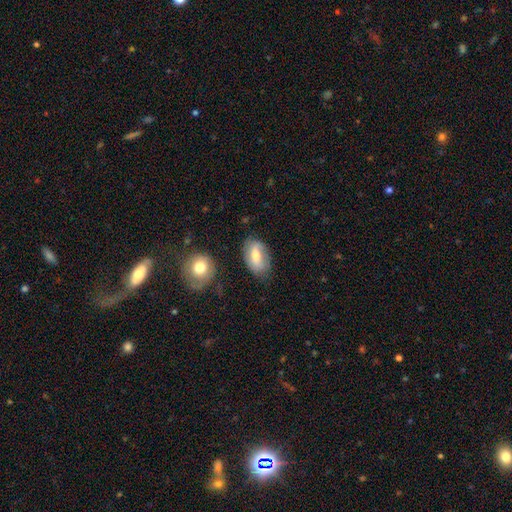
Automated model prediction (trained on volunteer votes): A smooth galaxy with no disk features (57%) that is in between round and cigar-shaped (89%). Merging: none (69%).